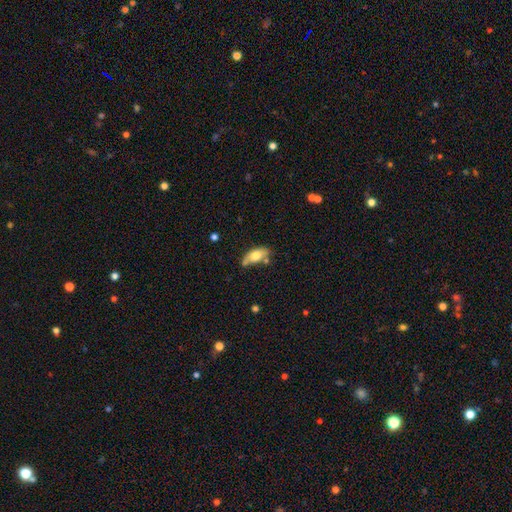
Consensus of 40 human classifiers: This is likely a smooth galaxy (68%). How rounded: clearly in between (89%). Merging: possibly none (58%).